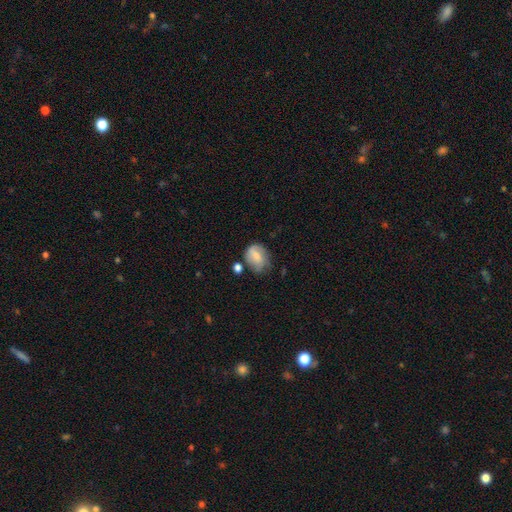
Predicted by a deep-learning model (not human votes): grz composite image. It shows a smooth galaxy with no disk features (57%) that is in between round and cigar-shaped (57%). Merging: none (46%).